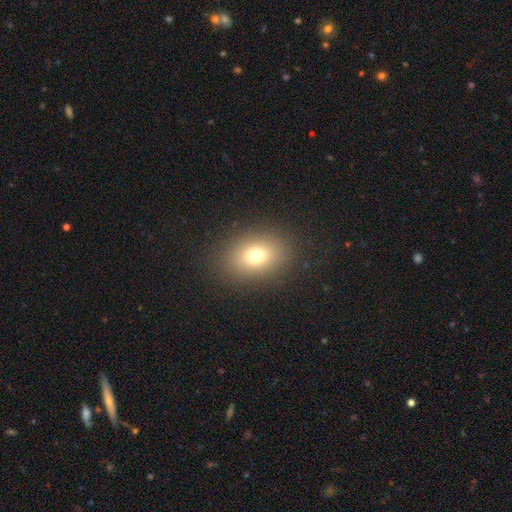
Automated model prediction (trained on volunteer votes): Smooth or featured? smooth (74%)
How rounded? in between (66%)
Merging? none (88%)